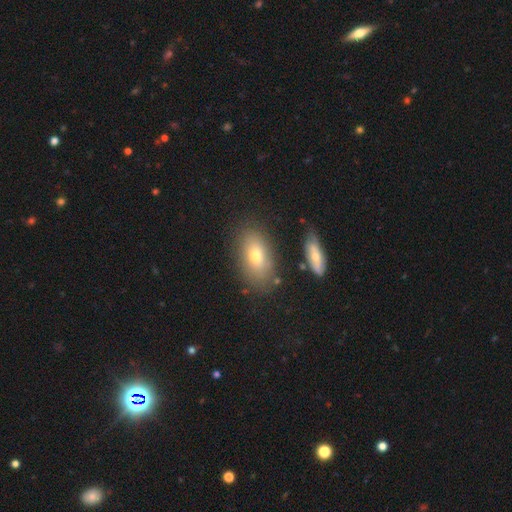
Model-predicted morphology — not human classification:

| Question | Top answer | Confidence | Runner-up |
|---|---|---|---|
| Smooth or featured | smooth | 71% | featured or disk (20%) |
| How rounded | in between | 88% | round (7%) |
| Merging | none | 77% | minor disturbance (13%) |